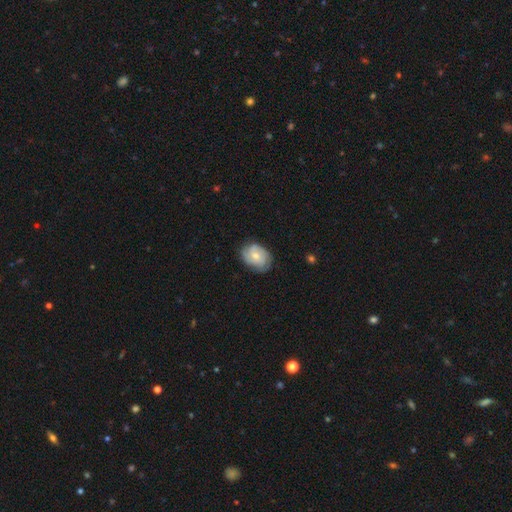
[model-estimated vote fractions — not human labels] Smooth or featured? Predicted: smooth (p=0.49). Merging? Predicted: none (p=0.70).